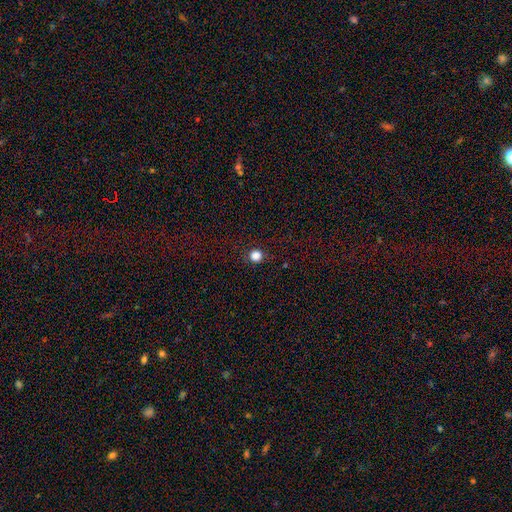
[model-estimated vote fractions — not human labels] Smooth or featured: smooth — 84% (star or artifact — 13%)
How rounded: round — 91% (in between — 8%)
Merging: none — 91% (minor disturbance — 6%)